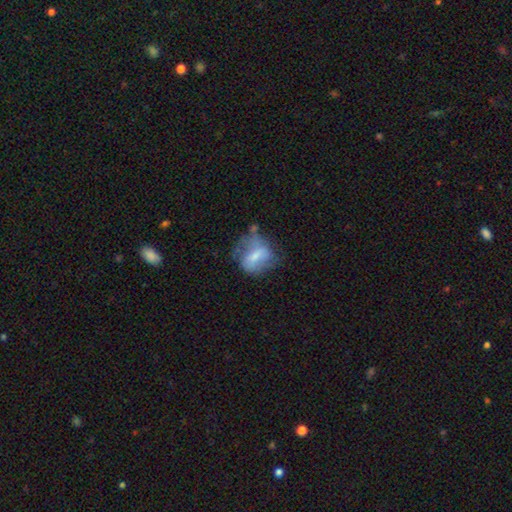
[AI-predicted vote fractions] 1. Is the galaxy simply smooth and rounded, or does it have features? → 48% smooth, 44% featured or disk, 8% star or artifact.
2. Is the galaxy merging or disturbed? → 37% none, 30% minor disturbance, 26% major disturbance, 6% merger.